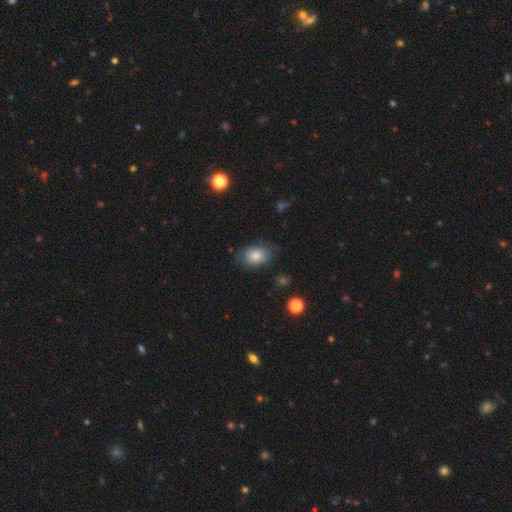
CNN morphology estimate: smooth-or-featured: smooth: 78% | featured or disk: 14% | star or artifact: 8%
  how-rounded: in between: 82% | round: 16% | cigar-shaped: 1%
  merging: none: 68% | minor disturbance: 23% | major disturbance: 7% | merger: 2%